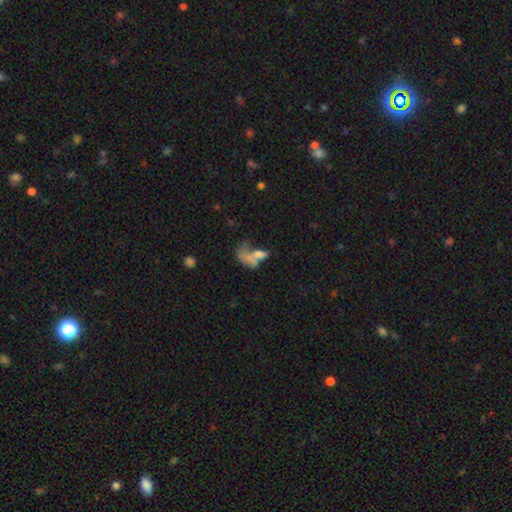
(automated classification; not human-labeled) smooth_or_featured: smooth (p=0.61) [alt: featured or disk p=0.25]
how_rounded: in between (p=0.77) [alt: round p=0.13]
merging: merger (p=0.47) [alt: major disturbance p=0.24]